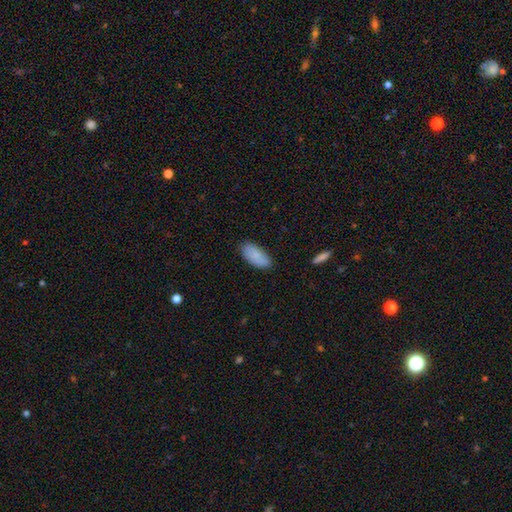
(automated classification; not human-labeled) A smooth galaxy with no disk features (86%) that is in between round and cigar-shaped (91%).

Vote fractions:
- Smooth or featured? smooth: 86% / featured or disk: 7% / star or artifact: 6%
- How rounded? in between: 91% / cigar-shaped: 7% / round: 2%
- Merging? none: 82% / minor disturbance: 14% / major disturbance: 3% / merger: 1%